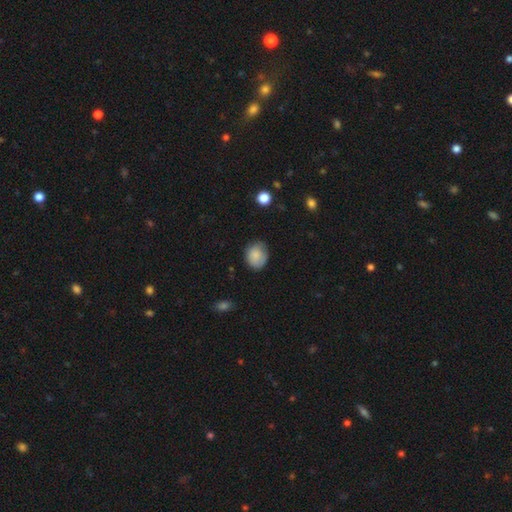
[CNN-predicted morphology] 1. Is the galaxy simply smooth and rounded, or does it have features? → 83% smooth, 10% featured or disk, 8% star or artifact.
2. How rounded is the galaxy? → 53% round, 46% in between, 1% cigar-shaped.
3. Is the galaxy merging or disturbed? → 69% none, 24% minor disturbance, 5% major disturbance, 1% merger.